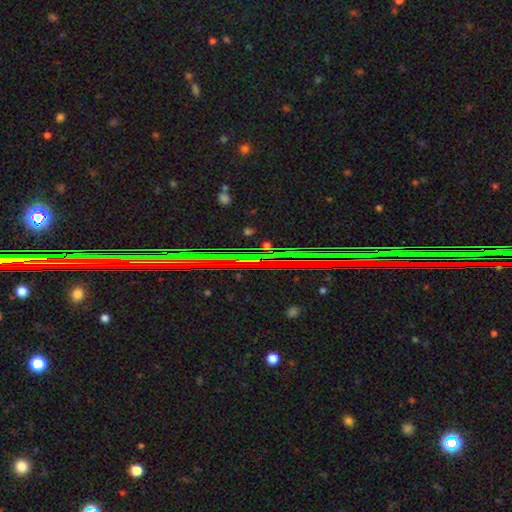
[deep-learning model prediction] Q: Smooth or featured?
A: star or artifact (84%); runner-up: featured or disk (9%)